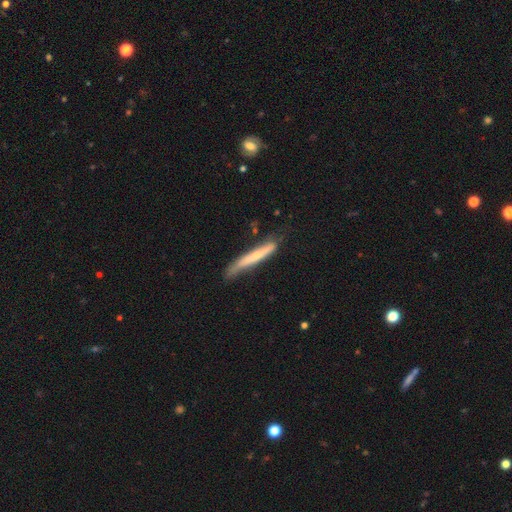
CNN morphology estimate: A featured or disk galaxy (50%).

Vote fractions:
- Smooth or featured? featured or disk: 50% / smooth: 44% / star or artifact: 6%
- Merging? none: 57% / minor disturbance: 31% / major disturbance: 9% / merger: 3%